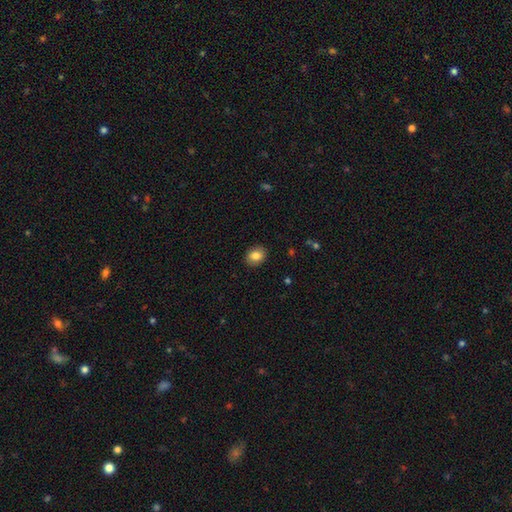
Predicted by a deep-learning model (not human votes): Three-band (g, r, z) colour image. It shows a smooth galaxy with no disk features (85%) that is in between round and cigar-shaped (50%). Merging: none (90%).